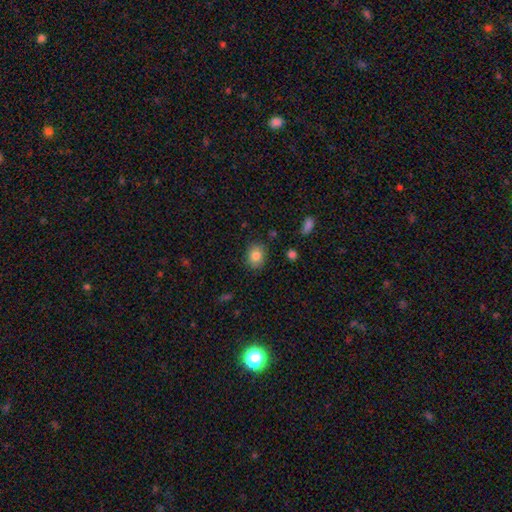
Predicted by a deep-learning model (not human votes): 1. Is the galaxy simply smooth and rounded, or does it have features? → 82% smooth, 10% star or artifact, 8% featured or disk.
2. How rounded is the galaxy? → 61% round, 38% in between, 1% cigar-shaped.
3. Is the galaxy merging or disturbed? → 84% none, 12% minor disturbance, 3% major disturbance, 2% merger.